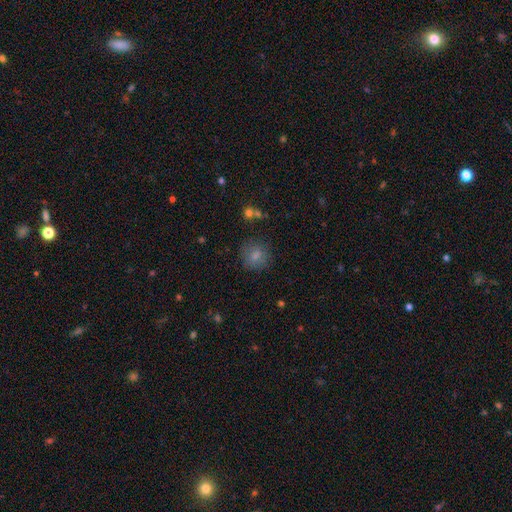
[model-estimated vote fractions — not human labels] Morphology: type=smooth (79%); roundness=round (85%); merging=none (80%).